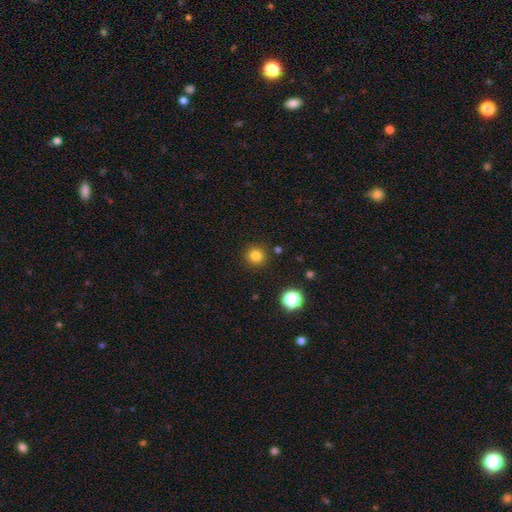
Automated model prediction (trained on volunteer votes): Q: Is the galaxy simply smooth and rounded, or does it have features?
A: smooth — 81%.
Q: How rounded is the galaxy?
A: round — 94%.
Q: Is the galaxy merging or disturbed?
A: none — 89%.